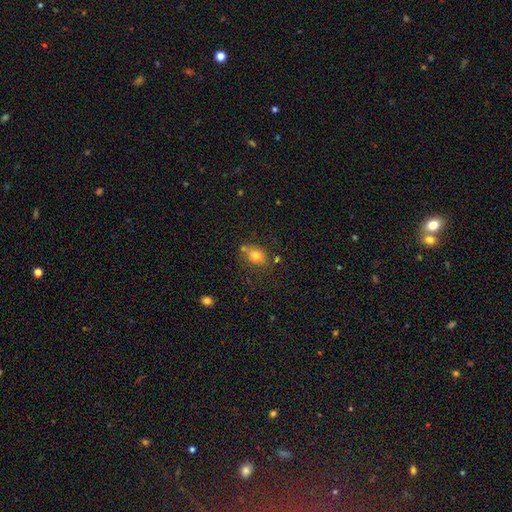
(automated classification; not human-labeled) Smooth or featured: smooth — 74% (featured or disk — 13%)
How rounded: in between — 65% (round — 33%)
Merging: none — 71% (minor disturbance — 15%)